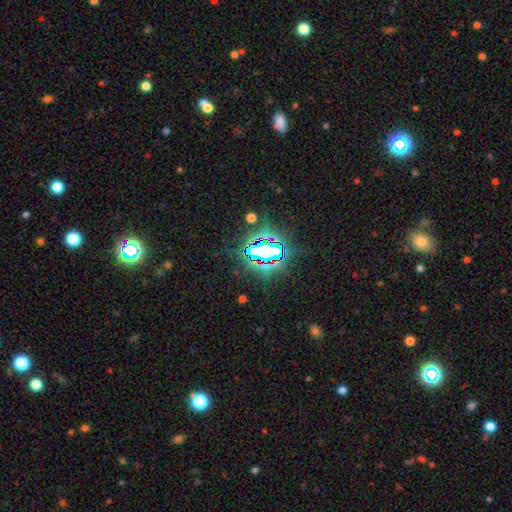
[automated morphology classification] Smooth or featured? Predicted: star or artifact (p=0.76).